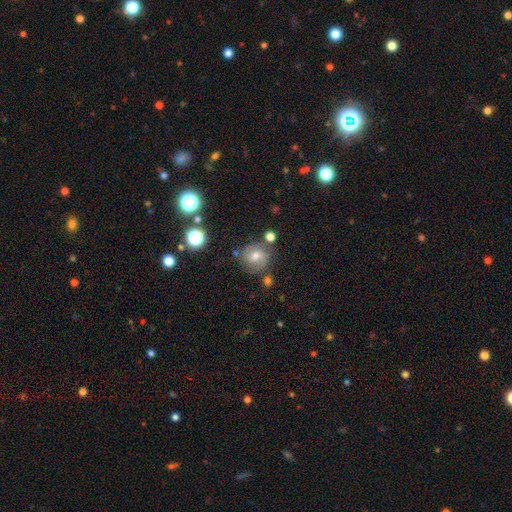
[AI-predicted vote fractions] This appears to be a smooth galaxy with no disk features (49%). Merging: none (72%).